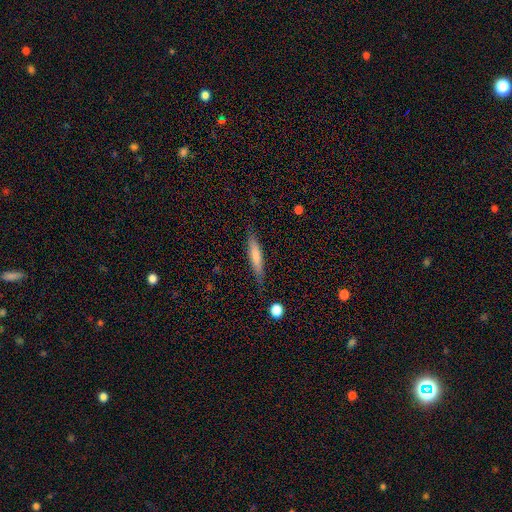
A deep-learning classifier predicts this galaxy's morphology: Q: Smooth or featured?
A: smooth (69%); runner-up: featured or disk (25%)
Q: How rounded?
A: cigar-shaped (88%); runner-up: in between (11%)
Q: Merging?
A: none (82%); runner-up: minor disturbance (13%)